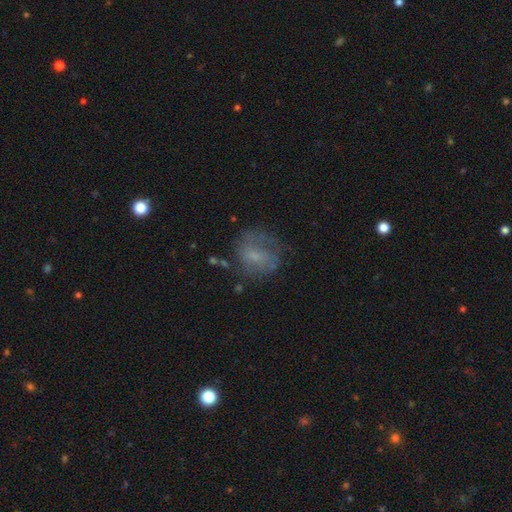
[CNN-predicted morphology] Q: Smooth or featured?
A: smooth (46%); runner-up: featured or disk (41%)
Q: Merging?
A: none (54%); runner-up: minor disturbance (22%)